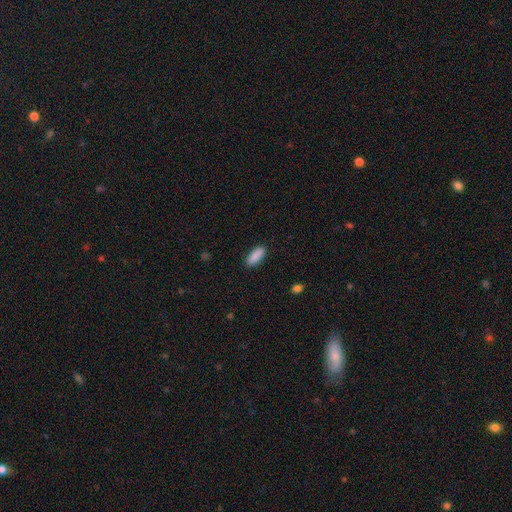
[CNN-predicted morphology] Smooth or featured: smooth — 90% (star or artifact — 6%)
How rounded: in between — 73% (cigar-shaped — 25%)
Merging: none — 89% (minor disturbance — 8%)